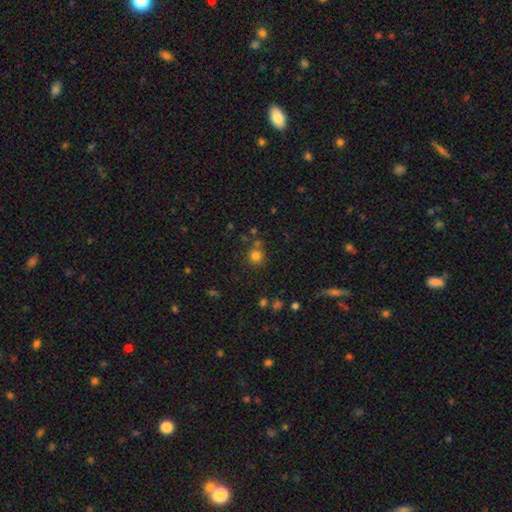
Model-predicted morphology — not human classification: A smooth galaxy with no disk features (78%) that is round (89%). Merging: none (70%).